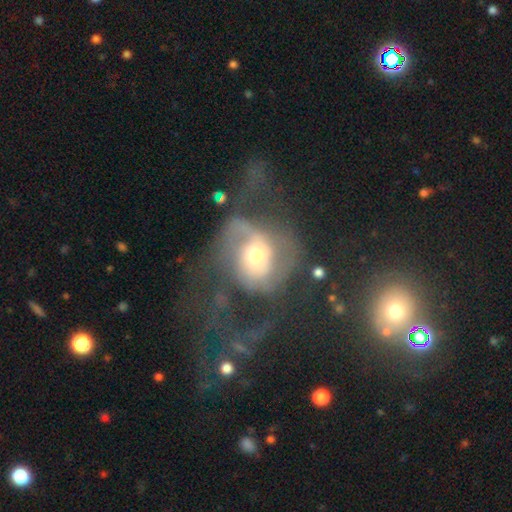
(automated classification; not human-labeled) smooth-or-featured: featured or disk: 69% | smooth: 23% | star or artifact: 8%
  disk-edge-on: no: 97% | yes: 3%
    bar: no: 70% | weak: 23% | strong: 7%
    has-spiral-arms: yes: 74% | no: 26%
    bulge-size: moderate: 62% | small: 22% | large: 13% | dominant: 2% | none: 1%
  merging: major disturbance: 53% | none: 27% | minor disturbance: 15% | merger: 6%